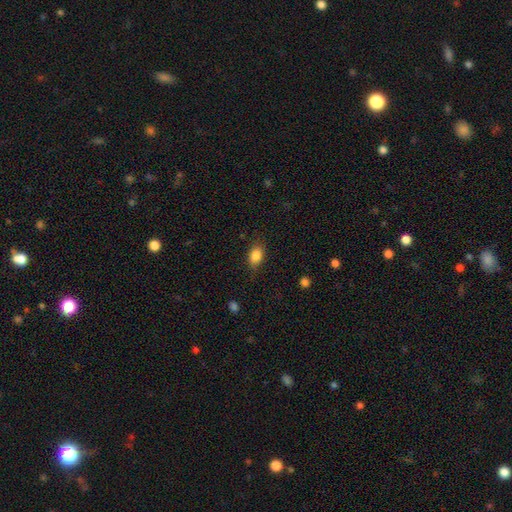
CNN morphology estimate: This appears to be a smooth galaxy with no disk features (85%) that is in between round and cigar-shaped (79%). Merging: none (80%).